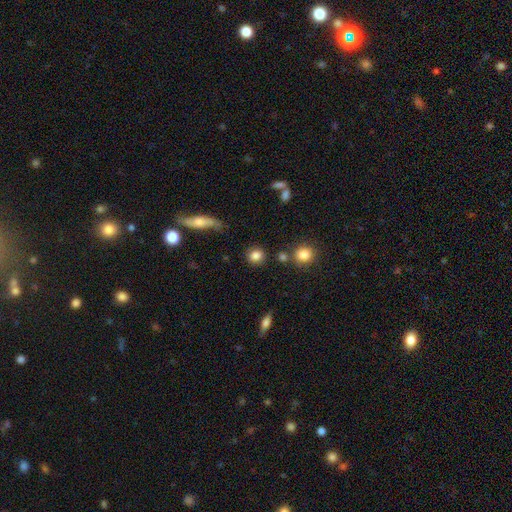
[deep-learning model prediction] A smooth galaxy with no disk features (84%) that is round (80%).

Vote fractions:
- Smooth or featured? smooth: 84% / star or artifact: 10% / featured or disk: 6%
- How rounded? round: 80% / in between: 18% / cigar-shaped: 2%
- Merging? none: 83% / minor disturbance: 9% / merger: 5% / major disturbance: 3%